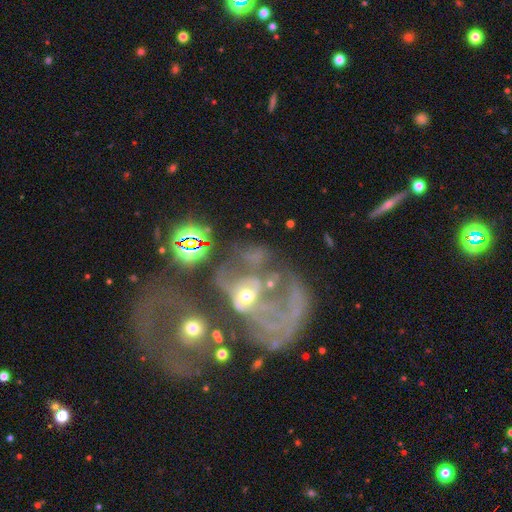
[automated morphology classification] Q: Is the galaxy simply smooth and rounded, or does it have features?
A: featured or disk — 59%.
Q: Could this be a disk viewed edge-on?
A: no — 97%.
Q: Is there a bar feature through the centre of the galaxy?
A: no — 72%.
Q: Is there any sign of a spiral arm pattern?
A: yes — 51%.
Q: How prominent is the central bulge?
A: moderate — 47%.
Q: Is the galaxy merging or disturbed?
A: major disturbance — 42%.